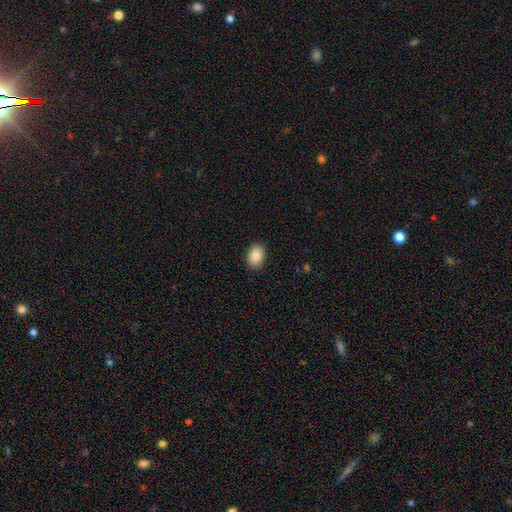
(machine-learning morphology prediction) This appears to be a smooth galaxy with no disk features (88%) that is in between round and cigar-shaped (75%). Merging: none (89%).